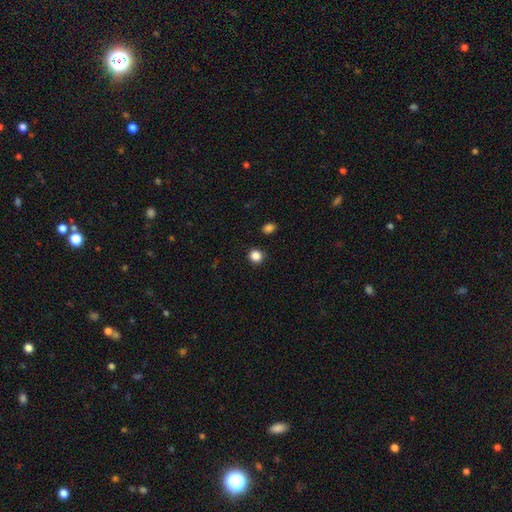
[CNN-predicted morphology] A smooth galaxy with no disk features (85%) that is round (87%). Merging: none (90%).